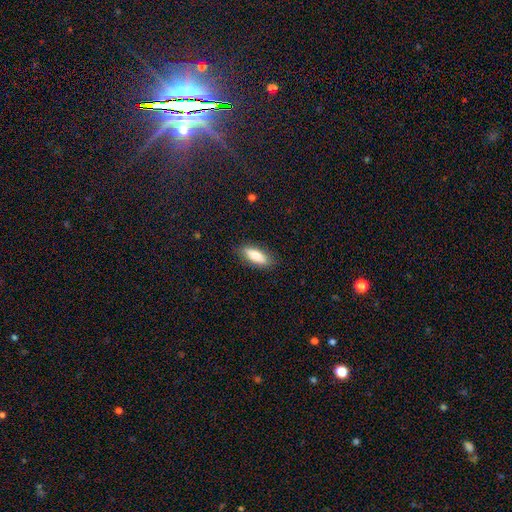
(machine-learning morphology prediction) Overall: smooth (77%). How rounded: in between (62%; cigar-shaped 36%). Merging: none (85%).